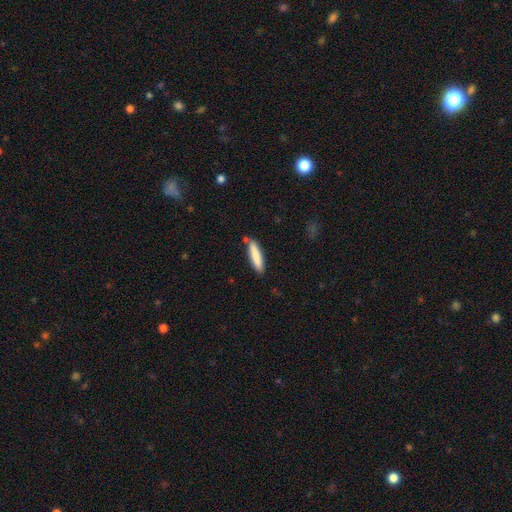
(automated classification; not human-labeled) This is clearly a smooth galaxy (84%). How rounded: clearly cigar-shaped (83%). Merging: clearly none (82%).